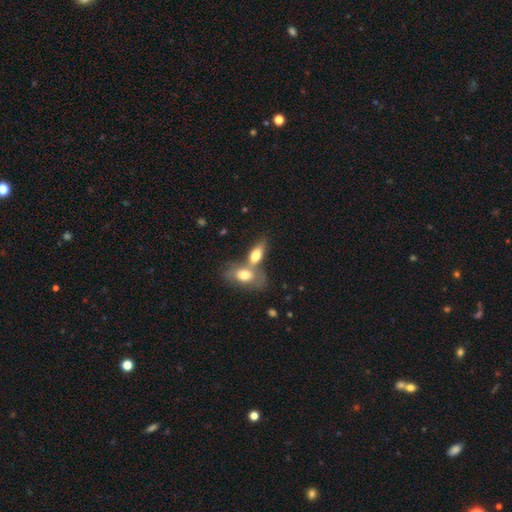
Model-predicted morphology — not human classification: A smooth galaxy with no disk features (72%) that is in between round and cigar-shaped (83%).

Vote fractions:
- Smooth or featured? smooth: 72% / featured or disk: 21% / star or artifact: 7%
- How rounded? in between: 83% / cigar-shaped: 11% / round: 6%
- Merging? merger: 59% / none: 28% / minor disturbance: 9% / major disturbance: 4%